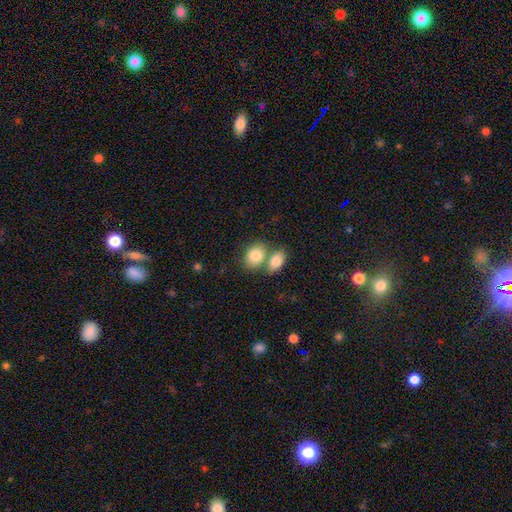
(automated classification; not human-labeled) Overall: smooth (83%). How rounded: in between (73%). Merging: merger (48%; none 40%).